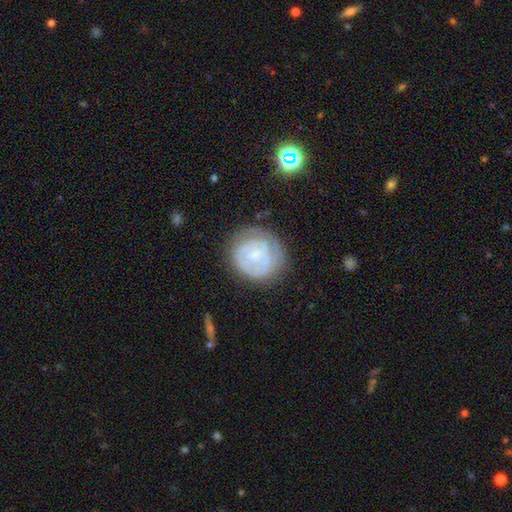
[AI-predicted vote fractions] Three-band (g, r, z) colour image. It shows a featured or disk galaxy (62%) with no bar (71%), spiral arms (71%) and a small central bulge (58%). Merging: none (67%).